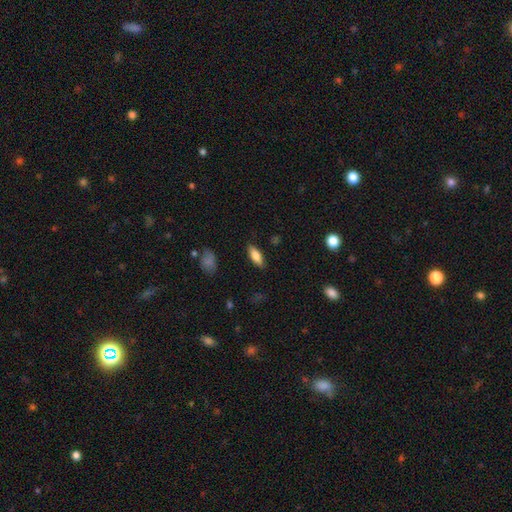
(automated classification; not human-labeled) smooth_or_featured: smooth (p=0.74) [alt: featured or disk p=0.19]
how_rounded: in between (p=0.72) [alt: cigar-shaped p=0.26]
merging: none (p=0.86) [alt: minor disturbance p=0.10]